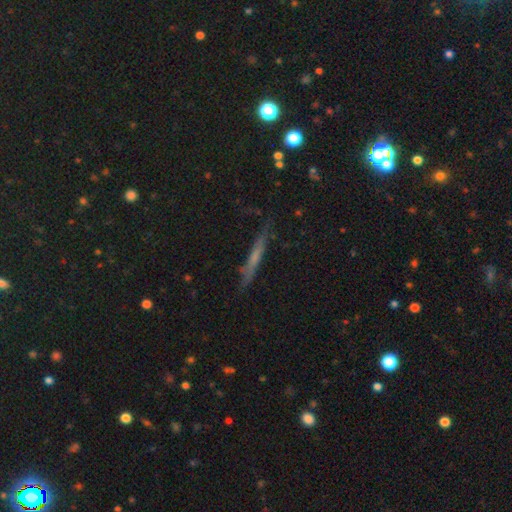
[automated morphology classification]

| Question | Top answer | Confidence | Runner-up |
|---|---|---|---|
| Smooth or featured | smooth | 46% | featured or disk (45%) |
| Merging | none | 77% | minor disturbance (17%) |